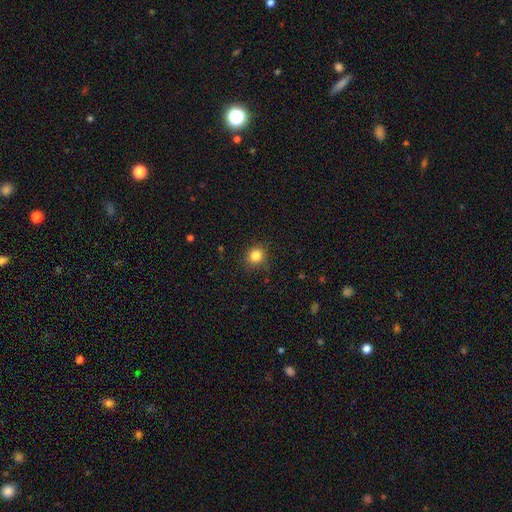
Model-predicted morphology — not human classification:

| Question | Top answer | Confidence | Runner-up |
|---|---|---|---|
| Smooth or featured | smooth | 83% | star or artifact (12%) |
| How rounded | round | 88% | in between (11%) |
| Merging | none | 87% | minor disturbance (10%) |